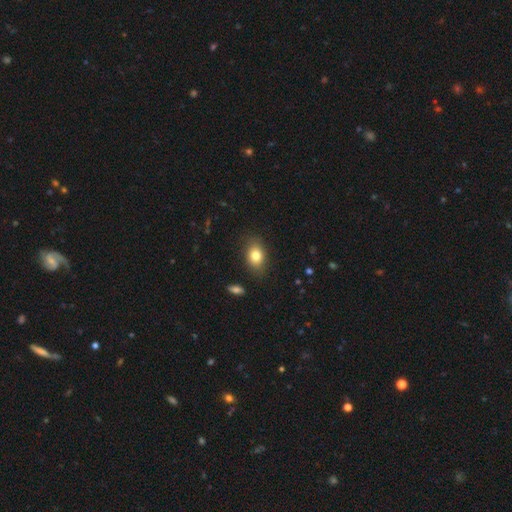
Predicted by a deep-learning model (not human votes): smooth-or-featured: smooth: 80% | featured or disk: 10% | star or artifact: 9%
  how-rounded: in between: 78% | round: 21% | cigar-shaped: 2%
  merging: none: 84% | minor disturbance: 11% | major disturbance: 3% | merger: 1%